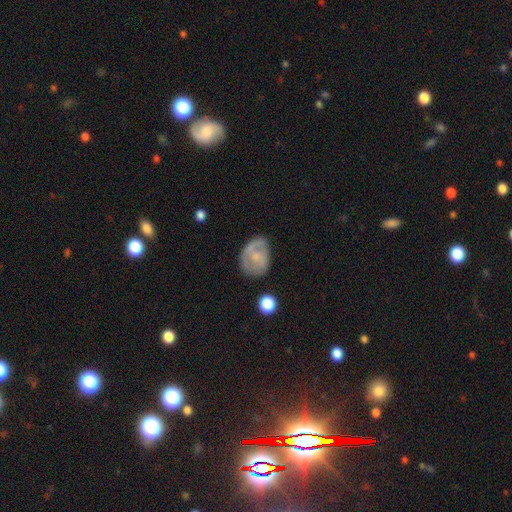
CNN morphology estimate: type=featured or disk (51%); edge-on=no (97%); merging=none (58%).